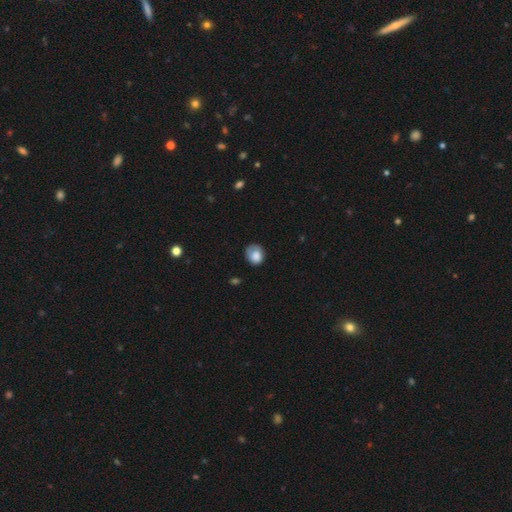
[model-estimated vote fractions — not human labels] The model was most divided on "merging": none: 55%, minor disturbance: 31%, major disturbance: 12%, merger: 2%. More confident: smooth or featured — smooth (80%); how rounded — round (68%).